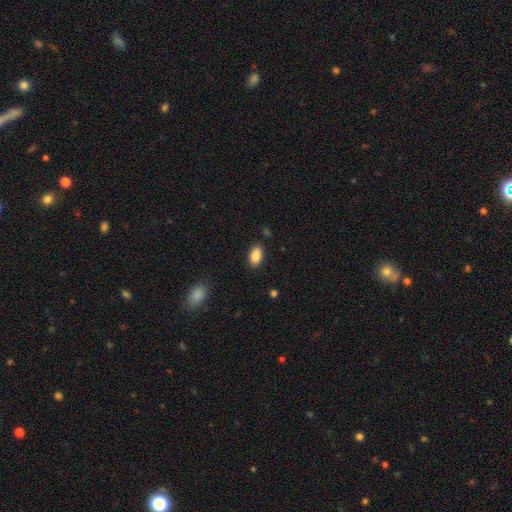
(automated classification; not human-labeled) Smooth or featured?
  - smooth: 88% *
  - star or artifact: 7%
  - featured or disk: 4%
How rounded?
  - in between: 92% *
  - round: 6%
  - cigar-shaped: 2%
Merging?
  - none: 86% *
  - minor disturbance: 10%
  - major disturbance: 3%
  - merger: 2%